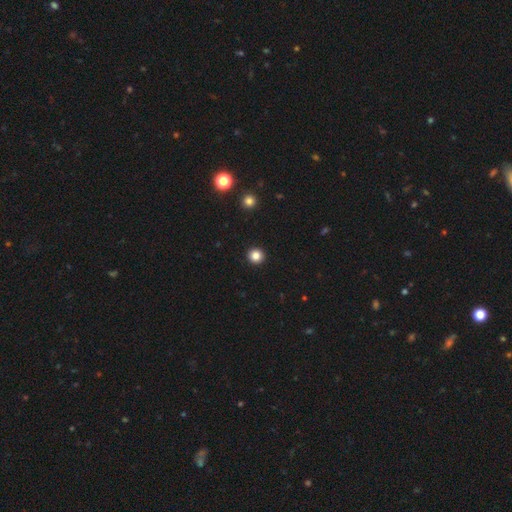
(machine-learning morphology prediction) type=smooth (84%); roundness=round (95%); merging=none (94%).